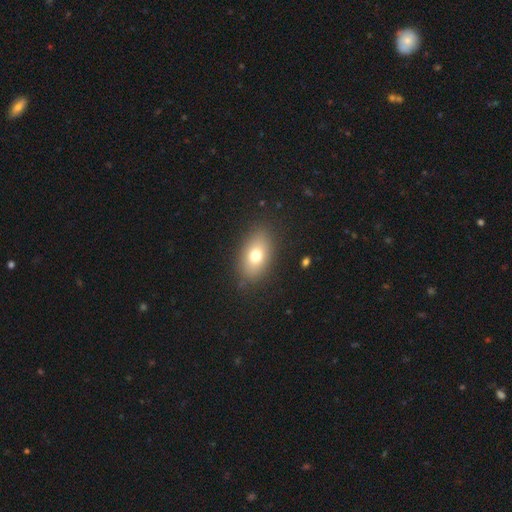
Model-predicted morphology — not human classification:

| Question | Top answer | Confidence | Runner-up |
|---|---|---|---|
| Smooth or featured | smooth | 73% | featured or disk (16%) |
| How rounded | in between | 85% | round (12%) |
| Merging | none | 85% | minor disturbance (10%) |